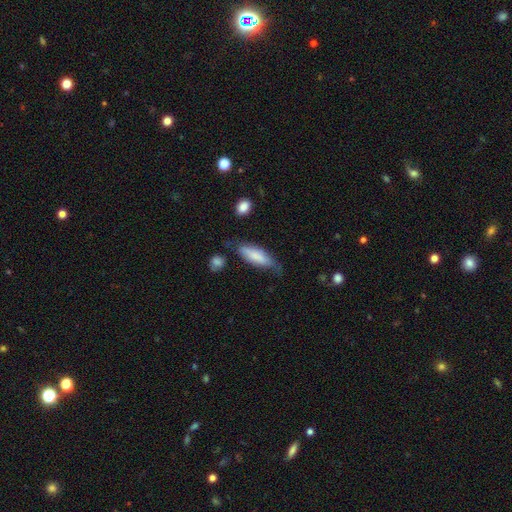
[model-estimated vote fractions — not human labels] Smooth or featured?
  - smooth: 75% *
  - featured or disk: 19%
  - star or artifact: 6%
How rounded?
  - in between: 51% *
  - cigar-shaped: 47%
  - round: 2%
Merging?
  - none: 56% *
  - minor disturbance: 30%
  - major disturbance: 9%
  - merger: 5%